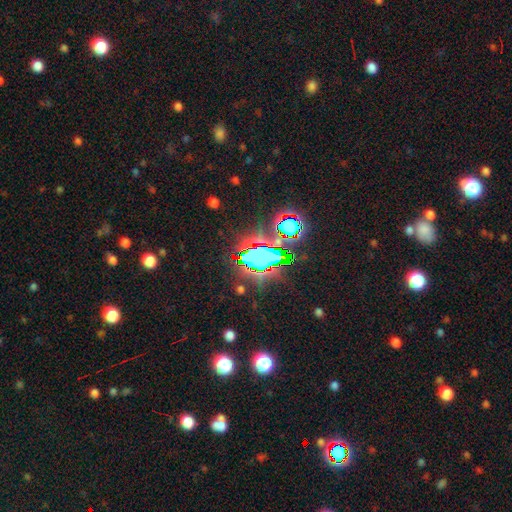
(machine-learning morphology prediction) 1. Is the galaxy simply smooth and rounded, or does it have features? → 69% star or artifact, 19% smooth, 11% featured or disk.